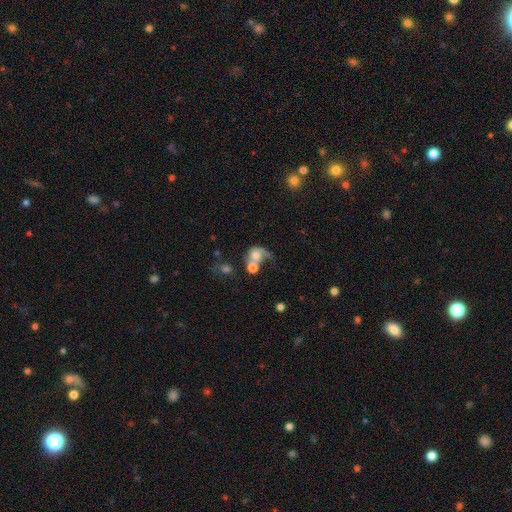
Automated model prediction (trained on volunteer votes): This is possibly a smooth galaxy (52%). How rounded: possibly round (56%). Merging: possibly merger (54%).